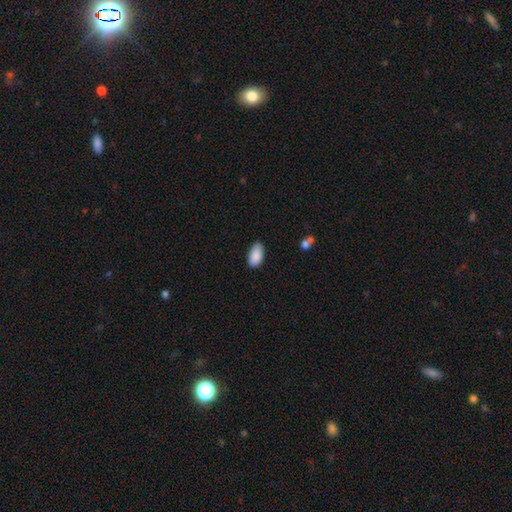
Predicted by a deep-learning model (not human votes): smooth-or-featured: smooth: 89% | star or artifact: 6% | featured or disk: 4%
  how-rounded: in between: 95% | round: 3% | cigar-shaped: 3%
  merging: none: 79% | minor disturbance: 17% | major disturbance: 2% | merger: 1%